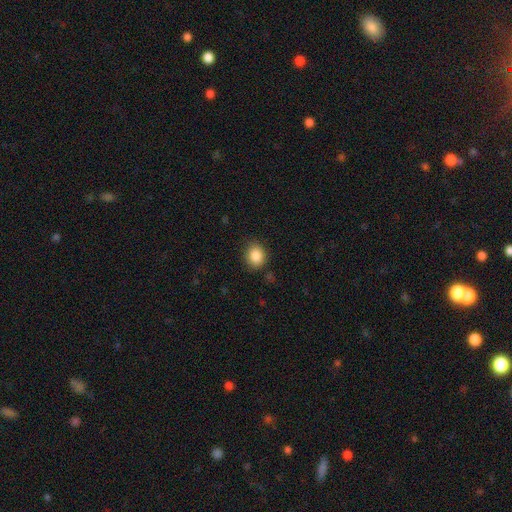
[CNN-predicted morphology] Smooth or featured? Predicted: smooth (p=0.87). How rounded? Predicted: round (p=0.60). Merging? Predicted: none (p=0.82).